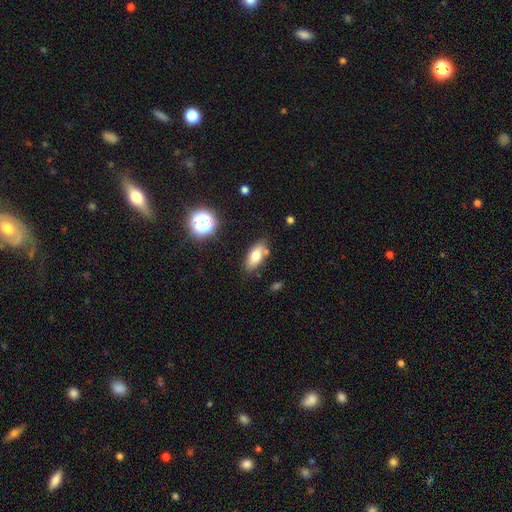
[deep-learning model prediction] Smooth or featured? smooth (73%)
How rounded? in between (82%)
Merging? none (76%)